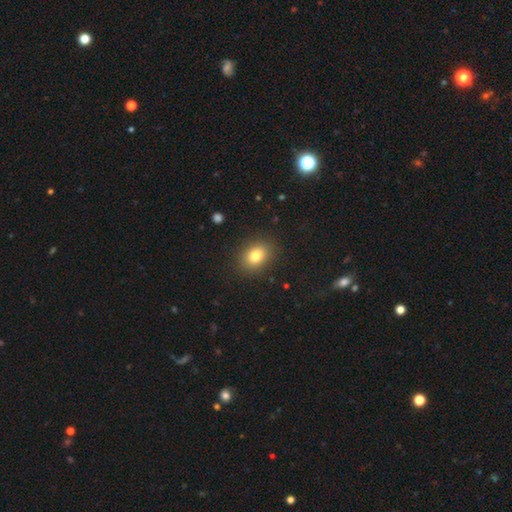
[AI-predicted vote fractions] Overall: smooth (80%). How rounded: in between (60%; round 39%). Merging: none (88%).